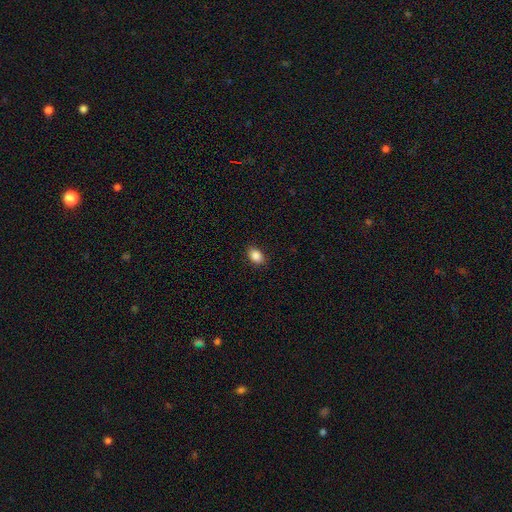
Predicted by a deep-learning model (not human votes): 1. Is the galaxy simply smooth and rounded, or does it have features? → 87% smooth, 9% star or artifact, 4% featured or disk.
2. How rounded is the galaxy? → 80% in between, 18% round, 1% cigar-shaped.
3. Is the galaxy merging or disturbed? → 89% none, 8% minor disturbance, 2% major disturbance, 1% merger.